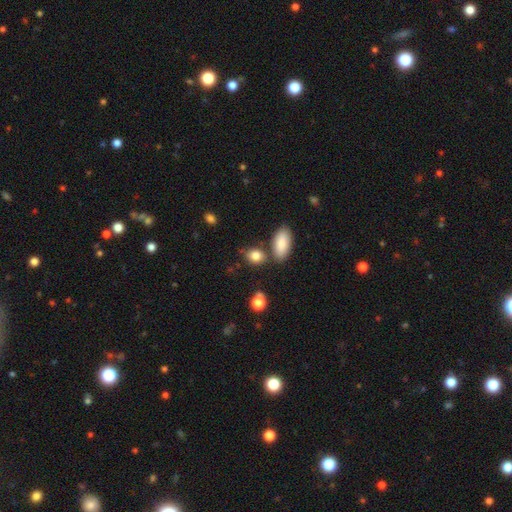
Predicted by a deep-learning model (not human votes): Smooth or featured? Predicted: smooth (p=0.84). How rounded? Predicted: in between (p=0.59). Merging? Predicted: none (p=0.69).